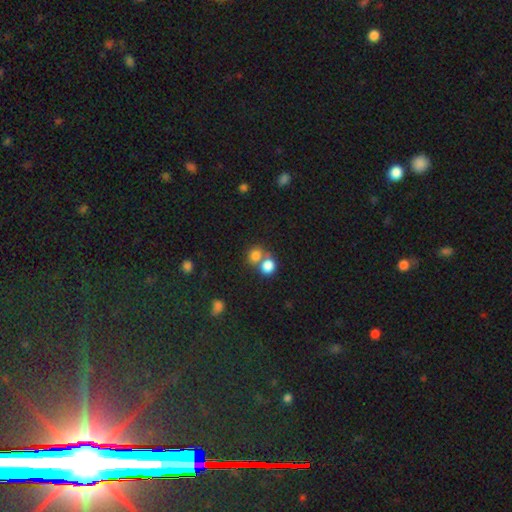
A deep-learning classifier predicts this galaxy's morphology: smooth-or-featured: smooth: 78% | star or artifact: 13% | featured or disk: 9%
  how-rounded: round: 73% | in between: 26% | cigar-shaped: 1%
  merging: merger: 48% | none: 41% | minor disturbance: 7% | major disturbance: 4%